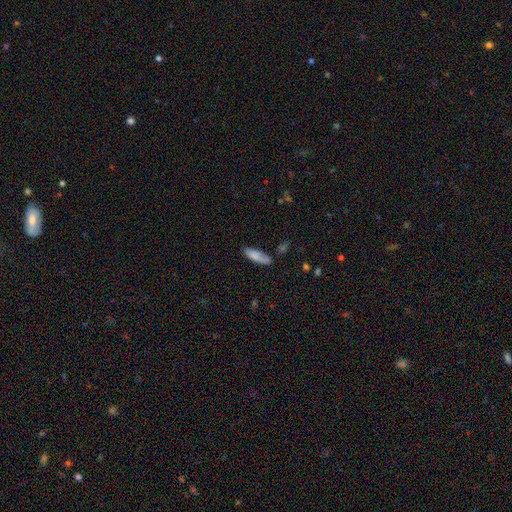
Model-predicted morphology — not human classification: This is likely a smooth galaxy (79%). How rounded: possibly cigar-shaped (51%). Merging: likely none (64%).